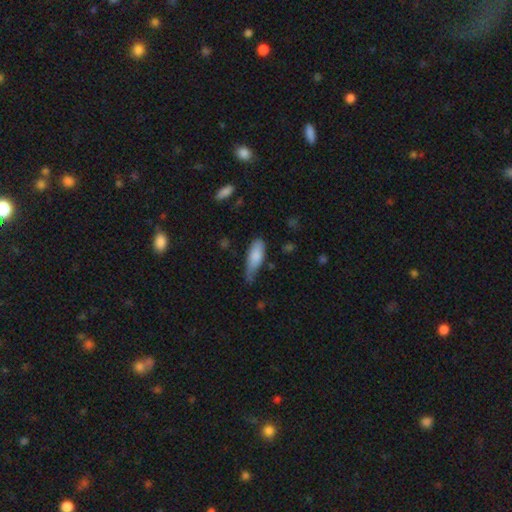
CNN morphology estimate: Smooth or featured?
  - smooth: 82% *
  - featured or disk: 12%
  - star or artifact: 6%
How rounded?
  - in between: 68% *
  - cigar-shaped: 30%
  - round: 2%
Merging?
  - minor disturbance: 49% *
  - none: 32%
  - major disturbance: 16%
  - merger: 4%